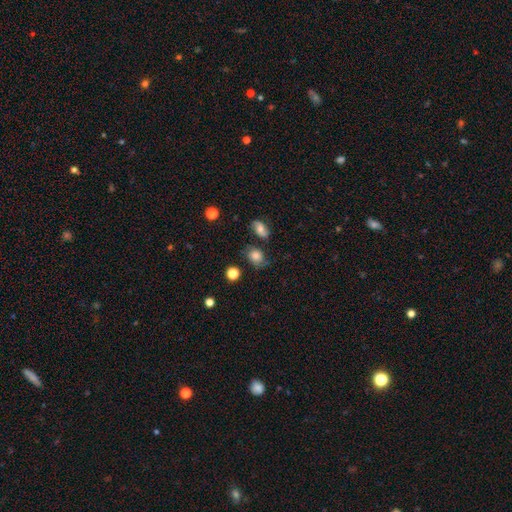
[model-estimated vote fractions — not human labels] Q: Smooth or featured?
A: smooth (69%); runner-up: featured or disk (19%)
Q: How rounded?
A: round (51%); runner-up: in between (47%)
Q: Merging?
A: none (62%); runner-up: minor disturbance (22%)